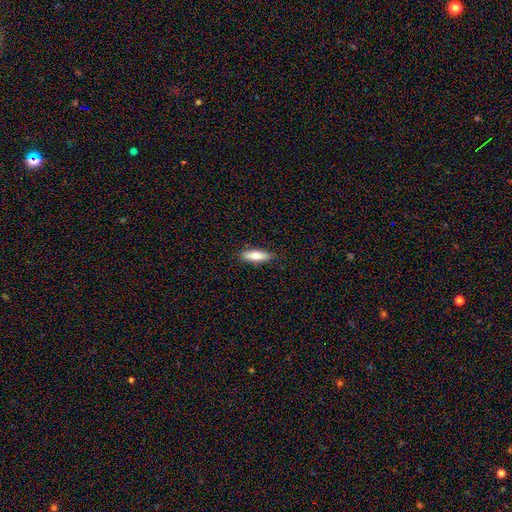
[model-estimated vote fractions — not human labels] A smooth galaxy with no disk features (74%) that is in between round and cigar-shaped (50%). Merging: none (86%).